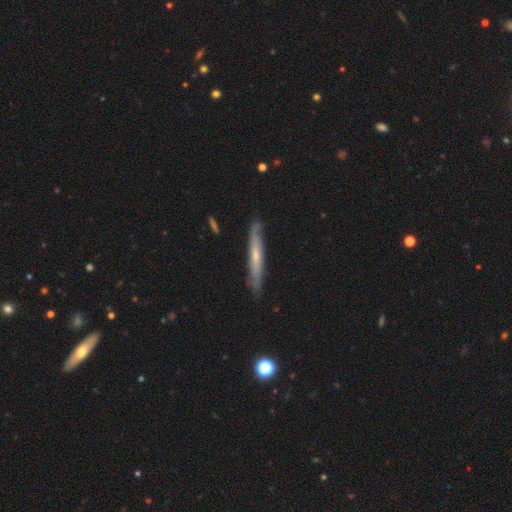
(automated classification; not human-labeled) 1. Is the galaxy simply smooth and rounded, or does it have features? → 54% featured or disk, 40% smooth, 5% star or artifact.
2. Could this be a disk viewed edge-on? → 83% yes, 17% no.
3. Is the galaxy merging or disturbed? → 83% none, 13% minor disturbance, 2% major disturbance, 1% merger.